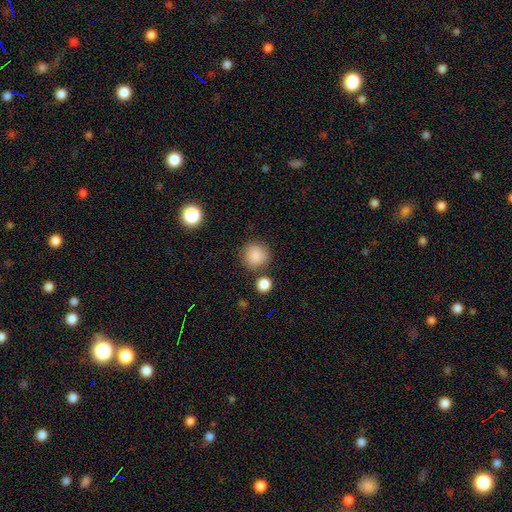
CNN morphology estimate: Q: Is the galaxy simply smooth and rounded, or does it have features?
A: smooth — 86%.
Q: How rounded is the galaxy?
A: round — 92%.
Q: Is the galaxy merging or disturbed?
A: none — 80%.